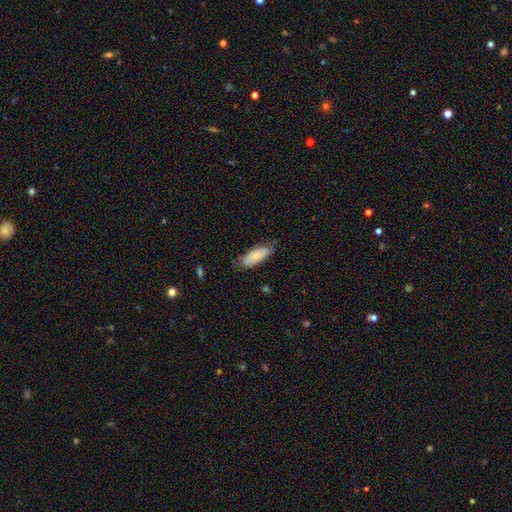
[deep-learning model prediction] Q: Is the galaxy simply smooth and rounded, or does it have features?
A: smooth — 75%.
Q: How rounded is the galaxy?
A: in between — 81%.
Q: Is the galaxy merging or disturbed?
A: none — 69%.